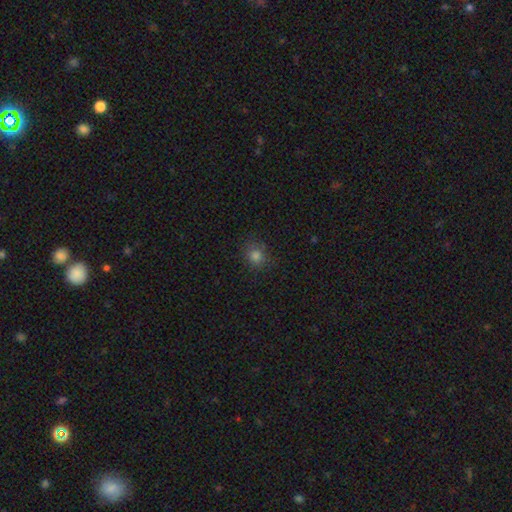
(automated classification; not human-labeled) A smooth galaxy with no disk features (80%) that is round (81%). Merging: none (85%).